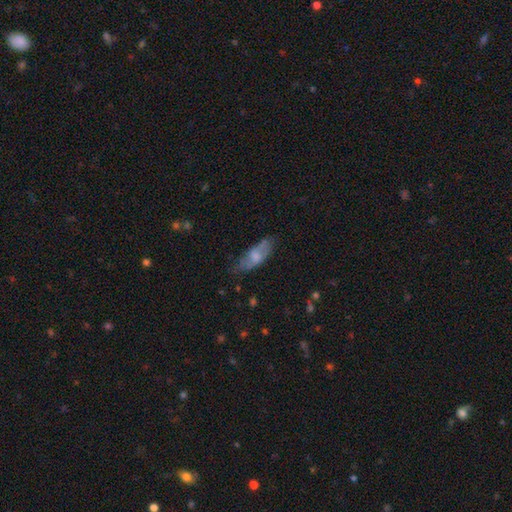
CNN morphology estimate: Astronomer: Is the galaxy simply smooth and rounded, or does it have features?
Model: smooth — 60%.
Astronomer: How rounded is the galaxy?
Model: in between — 71%.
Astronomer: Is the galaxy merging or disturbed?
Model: none — 63%.